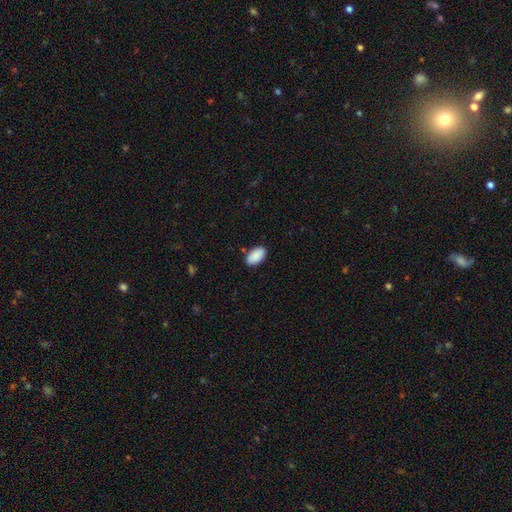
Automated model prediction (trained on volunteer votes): The model was most divided on "merging": none: 86%, minor disturbance: 11%, major disturbance: 2%, merger: 2%. More confident: how rounded — in between (95%); smooth or featured — smooth (90%).